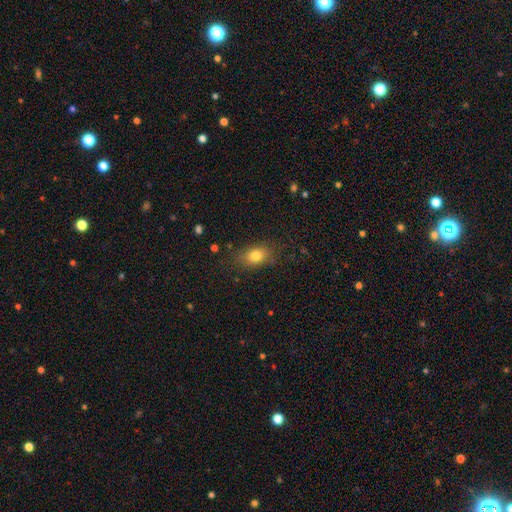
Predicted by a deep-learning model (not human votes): smooth_or_featured: smooth (p=0.79) [alt: featured or disk p=0.11]
how_rounded: in between (p=0.78) [alt: round p=0.19]
merging: none (p=0.79) [alt: minor disturbance p=0.15]